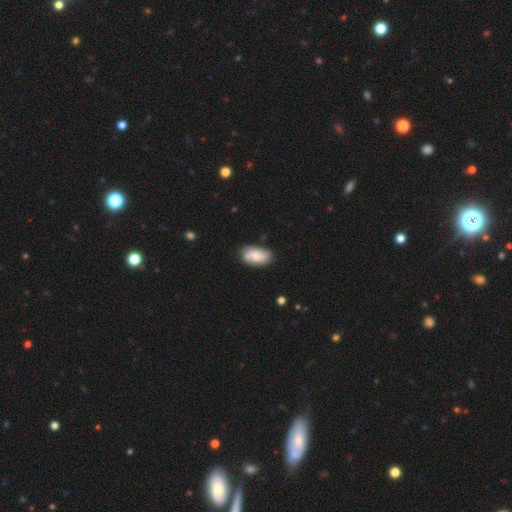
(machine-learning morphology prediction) This appears to be a smooth galaxy with no disk features (62%) that is in between round and cigar-shaped (92%). Merging: none (72%).